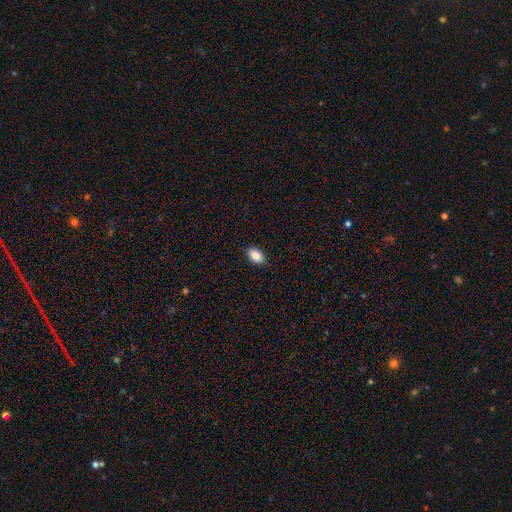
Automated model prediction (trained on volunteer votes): This is clearly a smooth galaxy (89%). How rounded: clearly in between (91%). Merging: clearly none (88%).